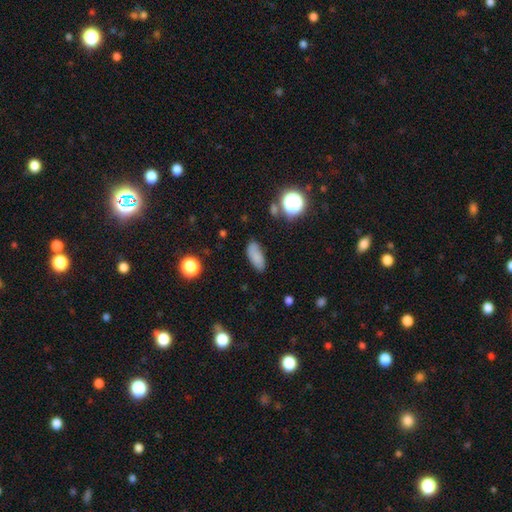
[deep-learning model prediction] This appears to be a smooth galaxy with no disk features (81%) that is in between round and cigar-shaped (79%). Merging: none (76%).